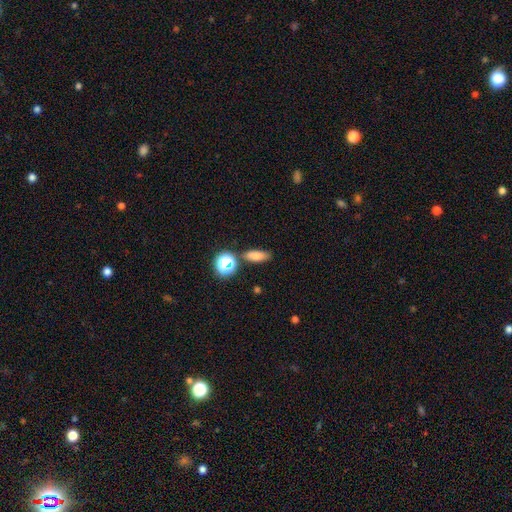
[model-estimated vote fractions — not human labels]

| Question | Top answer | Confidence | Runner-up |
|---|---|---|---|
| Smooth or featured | smooth | 75% | star or artifact (16%) |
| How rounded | in between | 65% | cigar-shaped (22%) |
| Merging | none | 77% | minor disturbance (12%) |